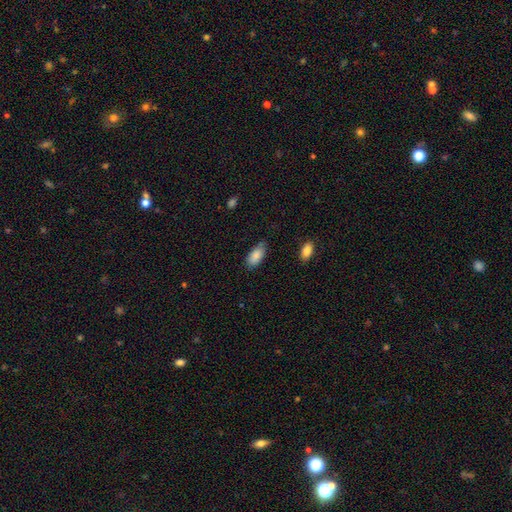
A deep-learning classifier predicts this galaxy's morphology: Smooth or featured? Predicted: smooth (p=0.87). How rounded? Predicted: in between (p=0.91). Merging? Predicted: none (p=0.74).